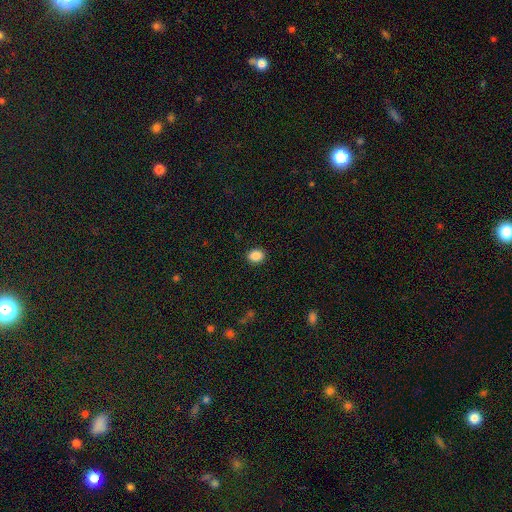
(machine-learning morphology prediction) smooth-or-featured: smooth: 88% | star or artifact: 9% | featured or disk: 3%
  how-rounded: round: 54% | in between: 45% | cigar-shaped: 1%
  merging: none: 91% | minor disturbance: 6% | major disturbance: 2% | merger: 1%